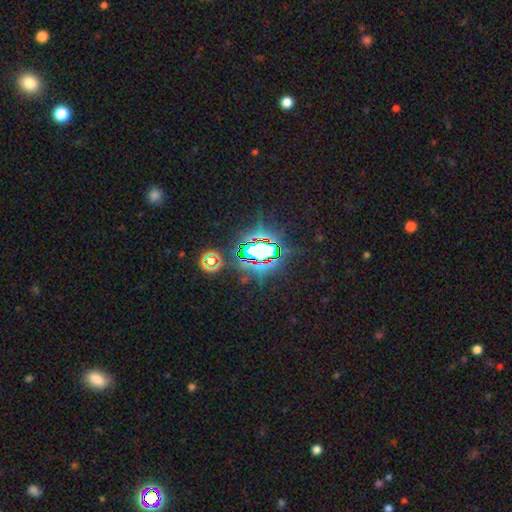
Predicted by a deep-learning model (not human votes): This appears to be a star or artifact, not a galaxy (79%).